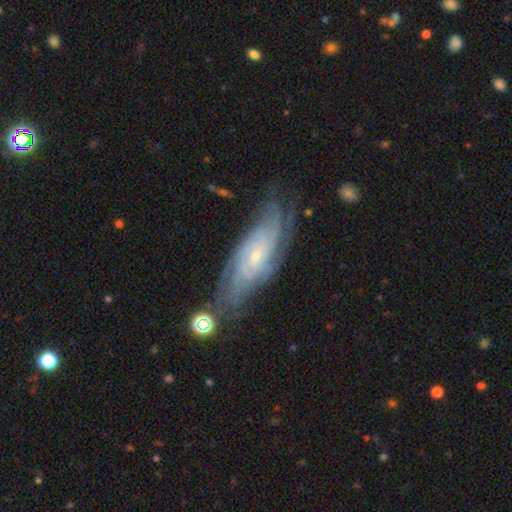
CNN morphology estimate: Smooth or featured? Predicted: featured or disk (p=0.85). Edge-on disk? Predicted: no (p=0.90). Bar? Predicted: no (p=0.67). Spiral arms? Predicted: yes (p=0.96). Spiral winding? Predicted: tight (p=0.68). Spiral arm count? Predicted: can't tell (p=0.36). Bulge size? Predicted: small (p=0.75). Merging? Predicted: none (p=0.69).